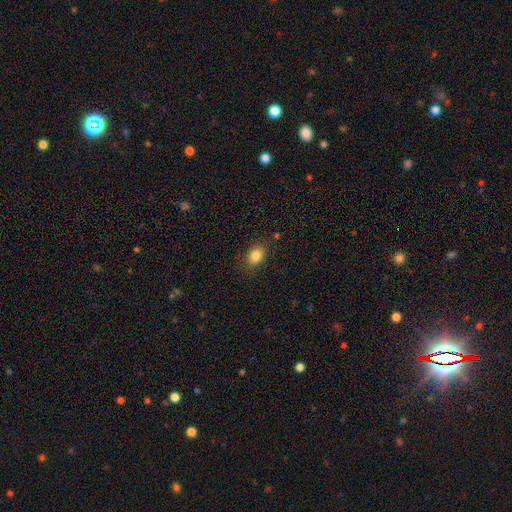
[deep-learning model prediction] The model was most divided on "how rounded": in between: 68%, round: 31%, cigar-shaped: 1%. More confident: smooth or featured — smooth (84%); merging — none (81%).